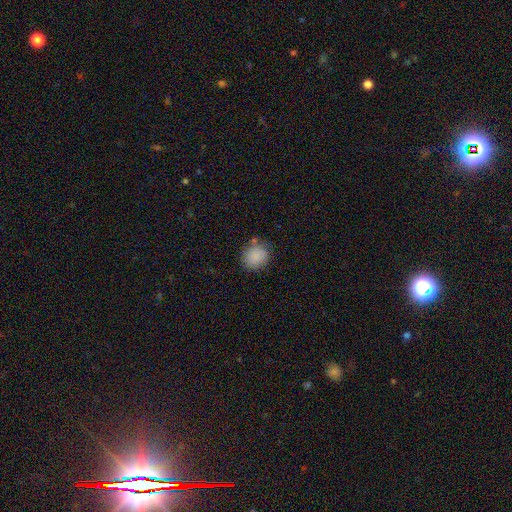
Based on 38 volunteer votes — This appears to be a smooth galaxy with no disk features (89%) that is round (82%). Merging: none (76%).